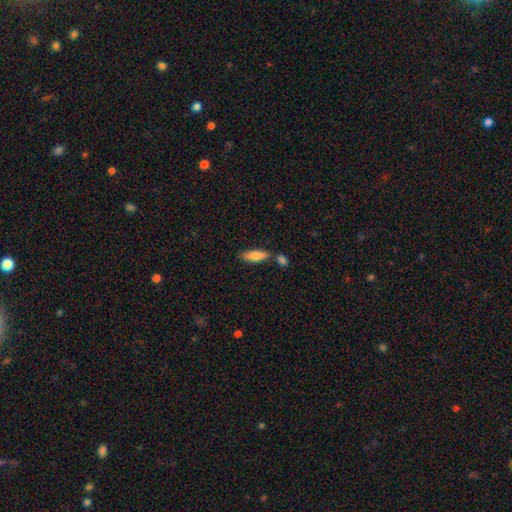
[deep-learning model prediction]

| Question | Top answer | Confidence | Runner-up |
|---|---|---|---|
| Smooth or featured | smooth | 80% | featured or disk (14%) |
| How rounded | in between | 52% | cigar-shaped (46%) |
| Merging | none | 70% | merger (14%) |